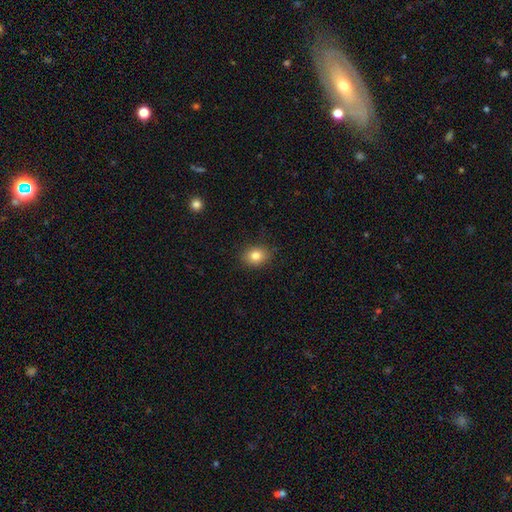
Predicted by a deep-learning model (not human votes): Q: Smooth or featured?
A: smooth (82%); runner-up: star or artifact (11%)
Q: How rounded?
A: round (52%); runner-up: in between (47%)
Q: Merging?
A: none (87%); runner-up: minor disturbance (9%)